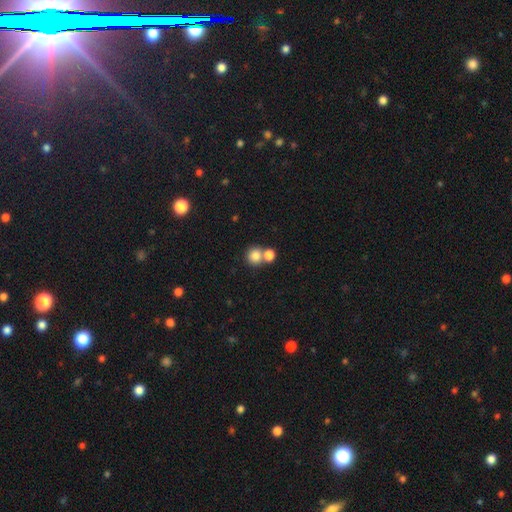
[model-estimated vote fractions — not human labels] This appears to be a smooth galaxy with no disk features (81%) that is round (85%). Merging: none (47%).